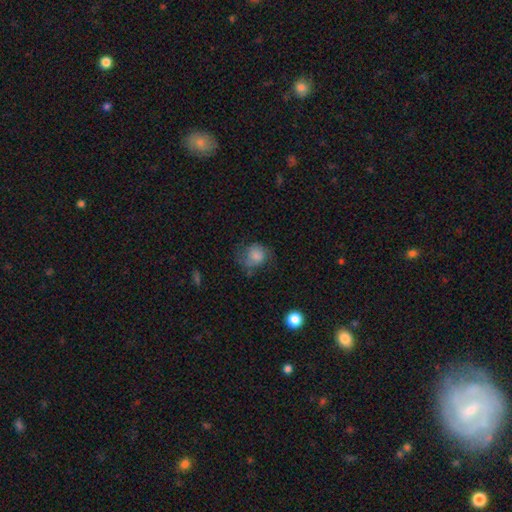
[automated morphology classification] Overall: smooth (73%). How rounded: round (67%; in between 32%). Merging: none (45%; minor disturbance 29%).